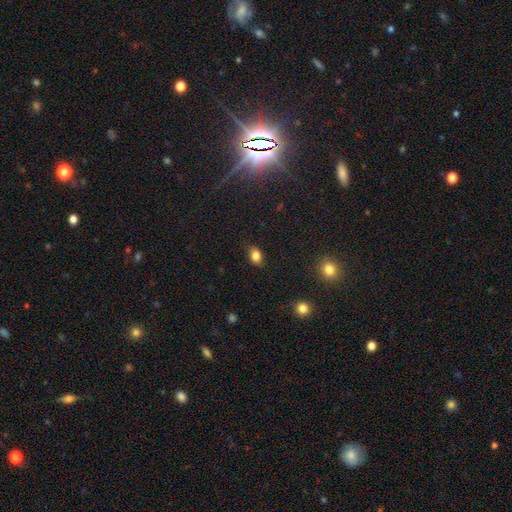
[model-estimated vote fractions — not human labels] smooth 82%, star or artifact 11%, featured or disk 8%. Down the decision tree: how rounded — in between (79%); merging — none (81%).